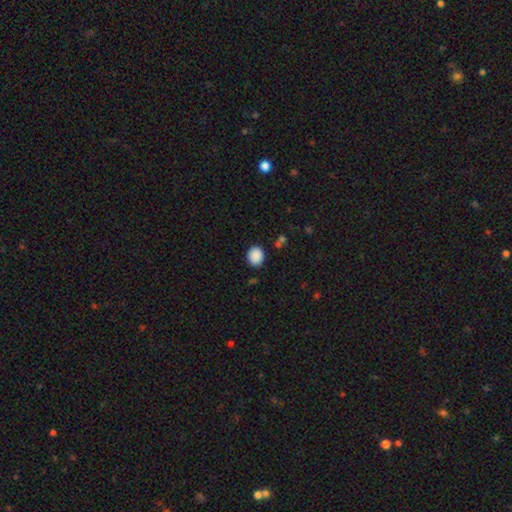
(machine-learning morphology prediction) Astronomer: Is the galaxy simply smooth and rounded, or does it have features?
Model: smooth — 89%.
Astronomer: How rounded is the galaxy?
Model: round — 64%.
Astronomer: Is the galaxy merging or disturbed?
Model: none — 86%.